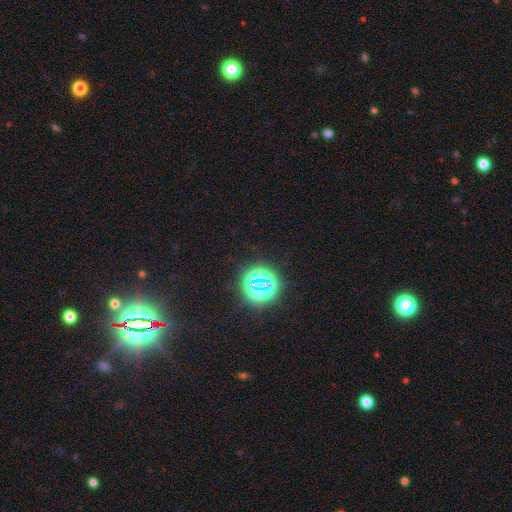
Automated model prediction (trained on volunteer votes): smooth_or_featured: star or artifact (p=0.74) [alt: smooth p=0.20]